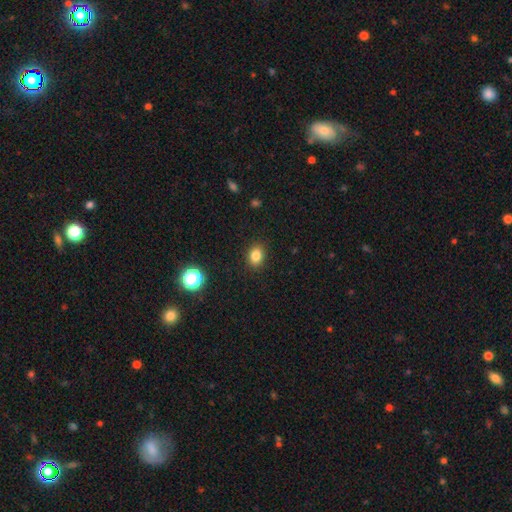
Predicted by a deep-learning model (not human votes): smooth_or_featured: smooth (p=0.83) [alt: star or artifact p=0.12]
how_rounded: in between (p=0.52) [alt: round p=0.47]
merging: none (p=0.89) [alt: minor disturbance p=0.07]